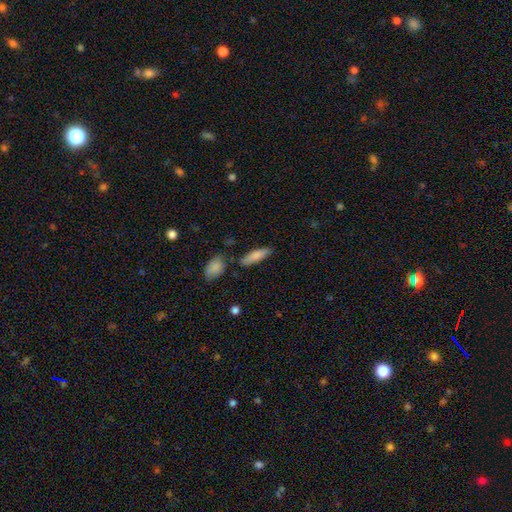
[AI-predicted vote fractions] This is likely a smooth galaxy (79%). How rounded: possibly cigar-shaped (57%). Merging: likely none (77%).